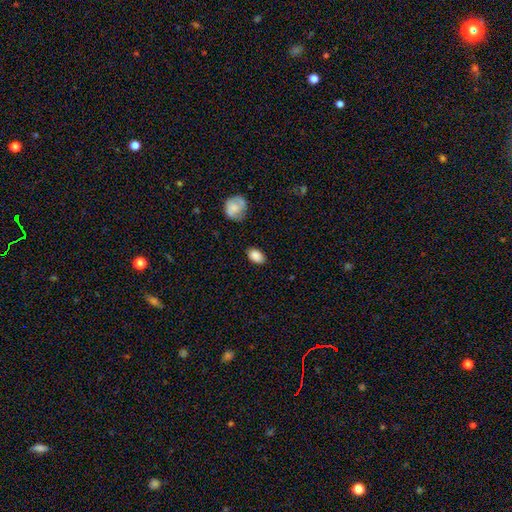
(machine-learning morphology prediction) This is clearly a smooth galaxy (88%). How rounded: clearly in between (87%). Merging: clearly none (81%).